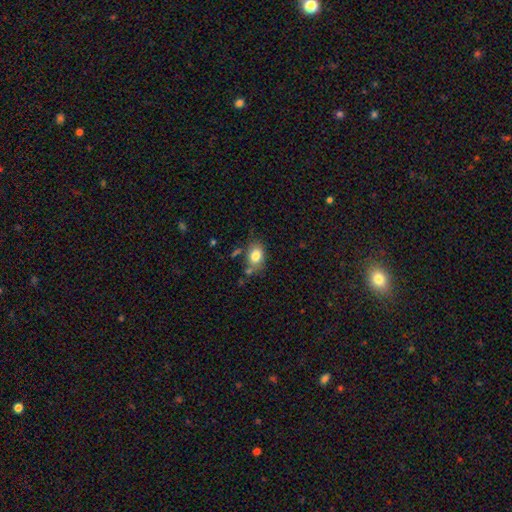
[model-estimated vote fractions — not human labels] smooth 81%, featured or disk 10%, star or artifact 9%. Down the decision tree: how rounded — in between (74%); merging — none (65%).